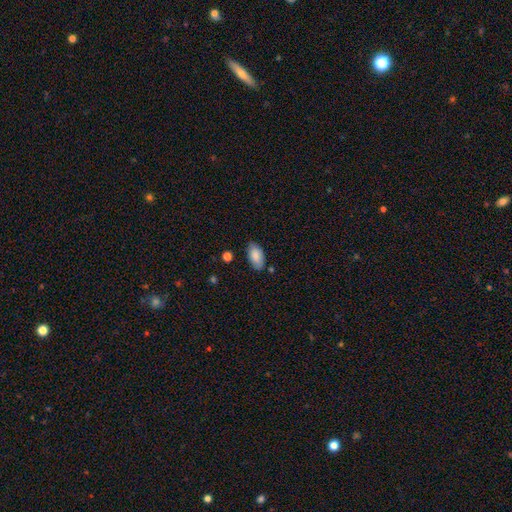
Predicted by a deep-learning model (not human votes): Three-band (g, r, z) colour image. It shows a smooth galaxy with no disk features (86%) that is in between round and cigar-shaped (94%). Merging: none (80%).